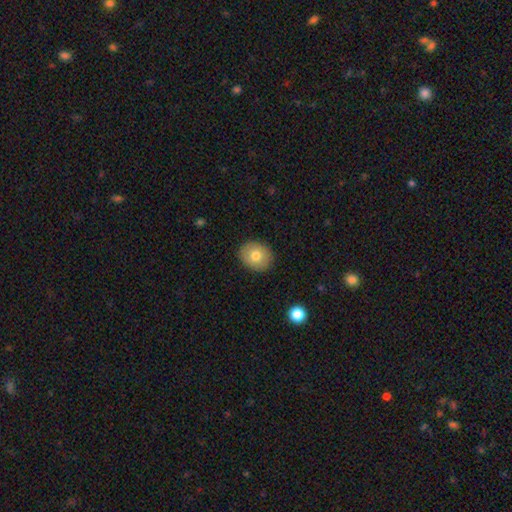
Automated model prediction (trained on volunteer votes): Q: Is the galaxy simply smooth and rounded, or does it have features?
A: smooth — 76%.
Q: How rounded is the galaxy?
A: round — 65%.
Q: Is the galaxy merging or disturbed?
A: none — 89%.